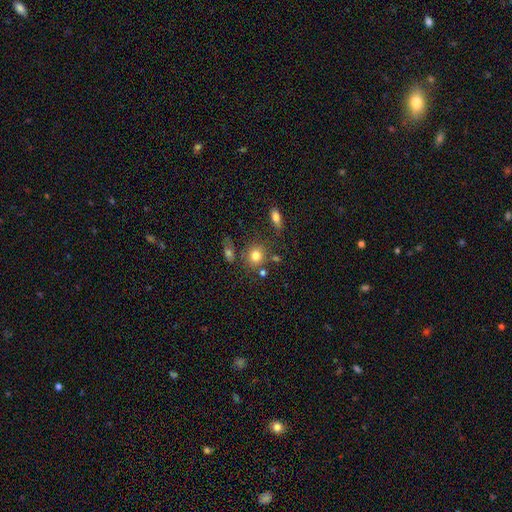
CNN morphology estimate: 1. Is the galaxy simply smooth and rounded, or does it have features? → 79% smooth, 11% star or artifact, 10% featured or disk.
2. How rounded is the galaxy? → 78% round, 21% in between, 1% cigar-shaped.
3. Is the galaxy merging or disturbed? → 69% none, 14% minor disturbance, 12% merger, 5% major disturbance.